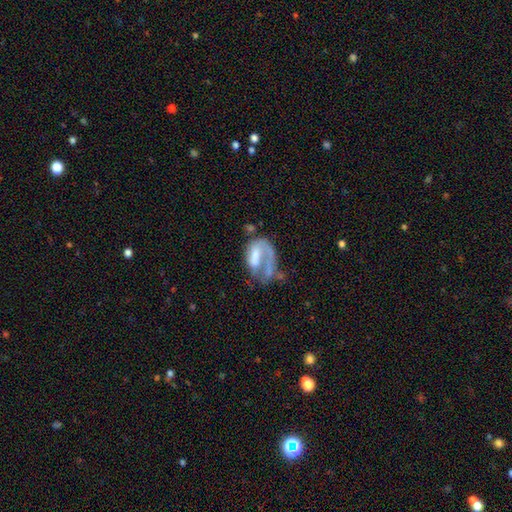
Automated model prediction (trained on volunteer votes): This appears to be a featured or disk galaxy (62%) with no bar (48%), spiral arms (58%) and a moderate central bulge (32%). Merging: major disturbance (42%).